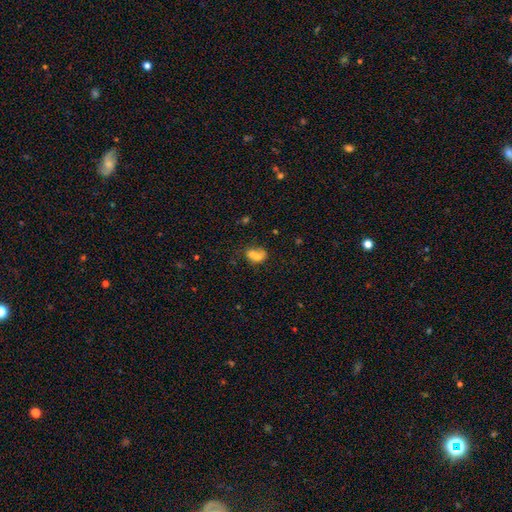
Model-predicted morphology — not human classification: Smooth or featured? Predicted: smooth (p=0.64). How rounded? Predicted: in between (p=0.61). Merging? Predicted: merger (p=0.58).